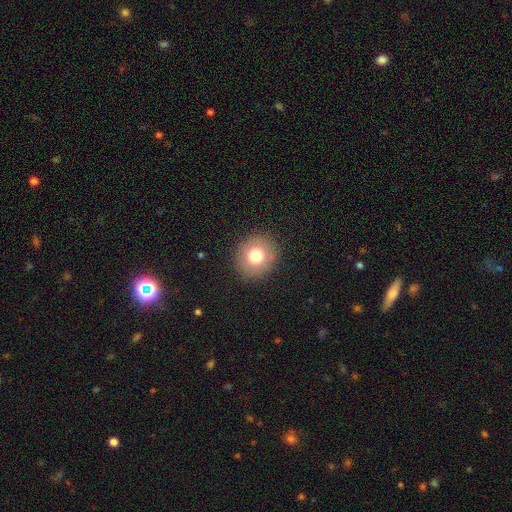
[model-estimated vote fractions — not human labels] smooth-or-featured: smooth: 75% | featured or disk: 14% | star or artifact: 11%
  how-rounded: round: 87% | in between: 12% | cigar-shaped: 1%
  merging: none: 89% | minor disturbance: 7% | major disturbance: 3% | merger: 1%